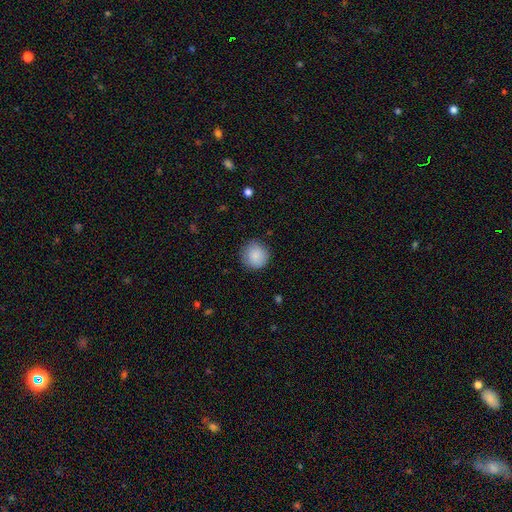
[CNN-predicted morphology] smooth_or_featured: smooth (p=0.87) [alt: star or artifact p=0.07]
how_rounded: round (p=0.93) [alt: in between p=0.06]
merging: none (p=0.86) [alt: minor disturbance p=0.11]